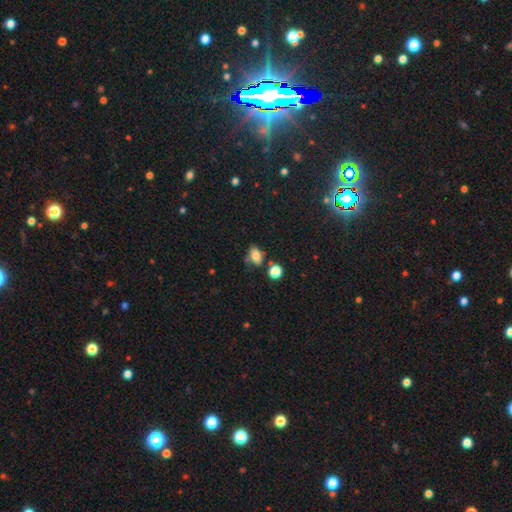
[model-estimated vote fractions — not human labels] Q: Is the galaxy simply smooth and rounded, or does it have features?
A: smooth — 75%.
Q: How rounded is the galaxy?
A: in between — 77%.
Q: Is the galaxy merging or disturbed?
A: none — 53%.